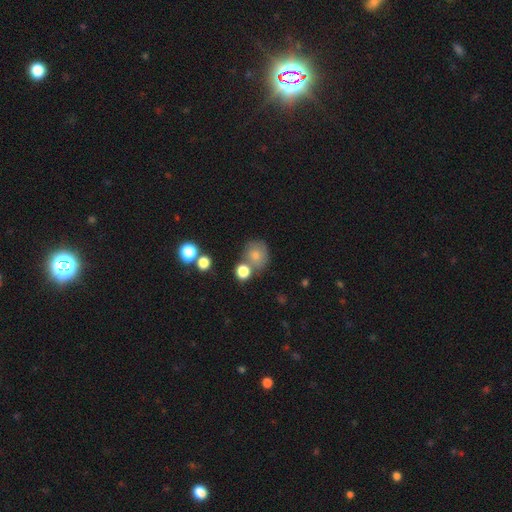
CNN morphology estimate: This appears to be a smooth galaxy with no disk features (75%) that is round (76%). Merging: none (56%).